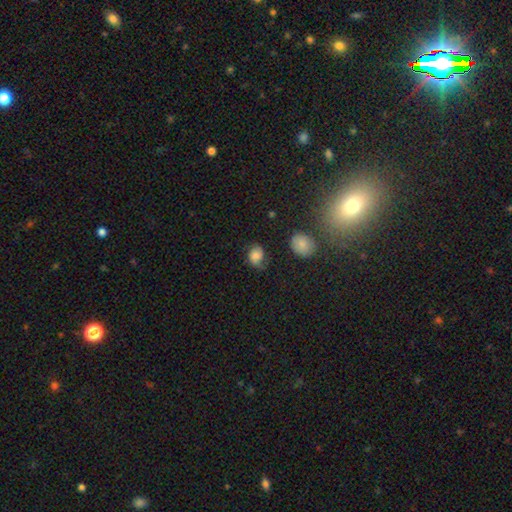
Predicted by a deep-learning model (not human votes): Morphology: type=smooth (55%); roundness=in between (52%); merging=none (54%).